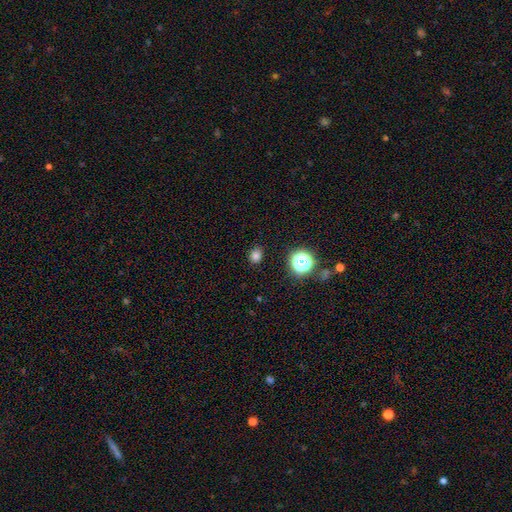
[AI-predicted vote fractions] Morphology: type=smooth (79%); roundness=round (61%); merging=none (88%).